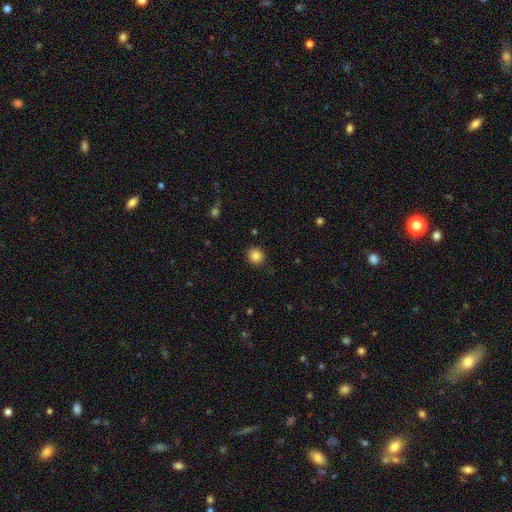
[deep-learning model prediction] A smooth galaxy with no disk features (85%) that is round (93%).

Vote fractions:
- Smooth or featured? smooth: 85% / star or artifact: 11% / featured or disk: 5%
- How rounded? round: 93% / in between: 6% / cigar-shaped: 1%
- Merging? none: 91% / minor disturbance: 6% / major disturbance: 2% / merger: 1%